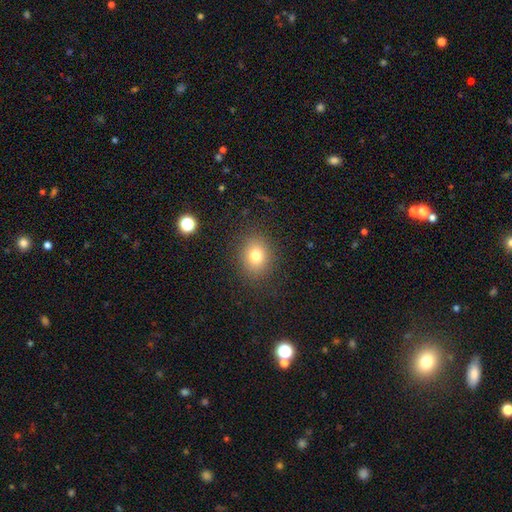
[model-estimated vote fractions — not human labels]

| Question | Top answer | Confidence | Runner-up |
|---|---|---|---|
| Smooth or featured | smooth | 78% | star or artifact (13%) |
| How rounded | round | 63% | in between (36%) |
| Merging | none | 87% | minor disturbance (9%) |